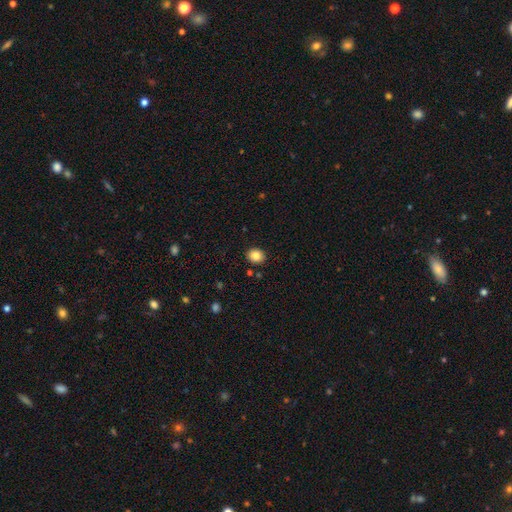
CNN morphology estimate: smooth_or_featured: smooth (p=0.85) [alt: star or artifact p=0.09]
how_rounded: round (p=0.67) [alt: in between p=0.32]
merging: none (p=0.89) [alt: minor disturbance p=0.07]